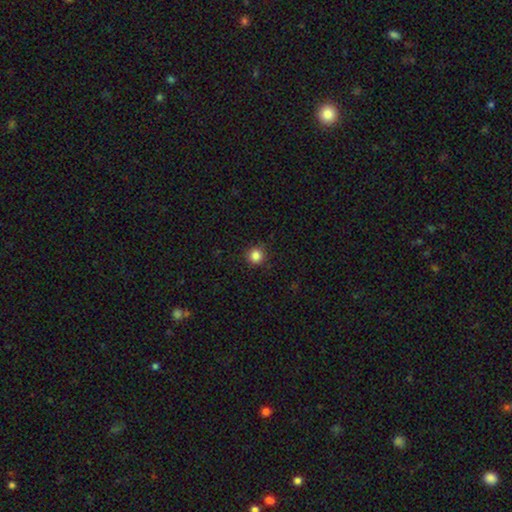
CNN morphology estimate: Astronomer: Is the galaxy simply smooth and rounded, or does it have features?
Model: smooth — 85%.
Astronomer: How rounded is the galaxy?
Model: round — 94%.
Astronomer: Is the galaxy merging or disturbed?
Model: none — 90%.